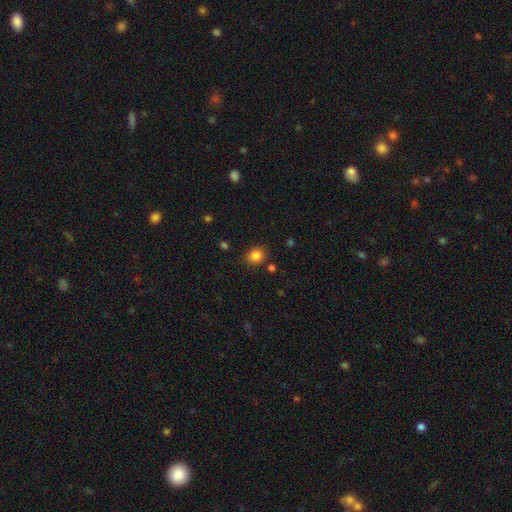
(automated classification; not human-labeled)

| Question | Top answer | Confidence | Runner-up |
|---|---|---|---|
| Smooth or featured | smooth | 85% | star or artifact (11%) |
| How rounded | round | 72% | in between (27%) |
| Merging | none | 83% | minor disturbance (11%) |